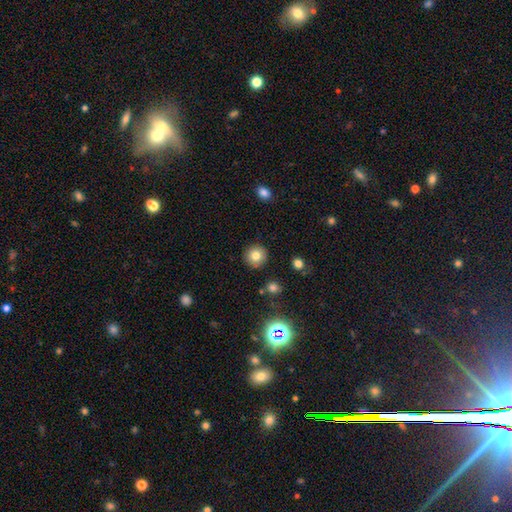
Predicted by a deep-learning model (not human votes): A smooth galaxy with no disk features (79%) that is round (94%). Merging: none (90%).